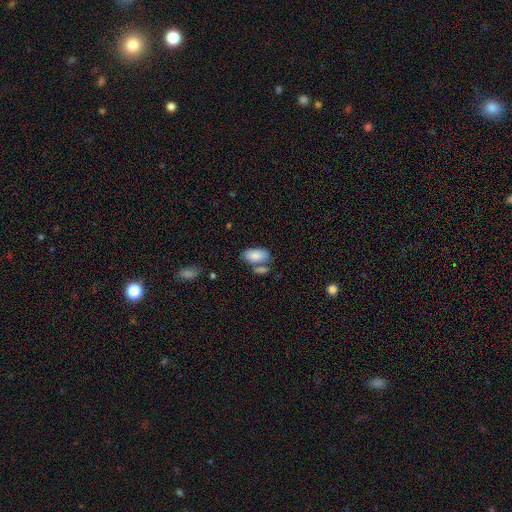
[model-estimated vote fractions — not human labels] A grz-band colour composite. It shows a smooth galaxy with no disk features (84%) that is in between round and cigar-shaped (94%). Merging: none (51%).